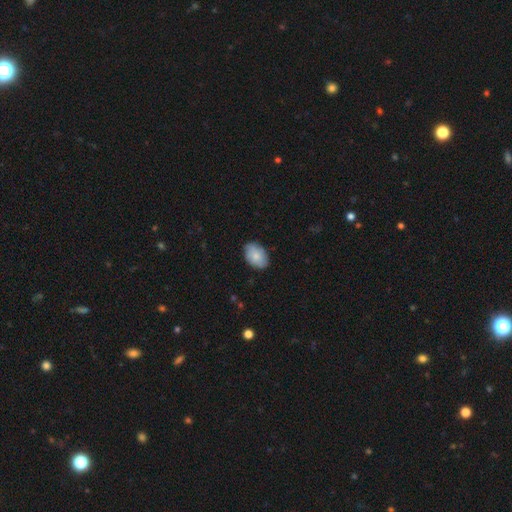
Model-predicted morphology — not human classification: Smooth or featured?
  - smooth: 79% *
  - featured or disk: 15%
  - star or artifact: 6%
How rounded?
  - in between: 88% *
  - round: 11%
  - cigar-shaped: 1%
Merging?
  - none: 82% *
  - minor disturbance: 15%
  - major disturbance: 2%
  - merger: 1%